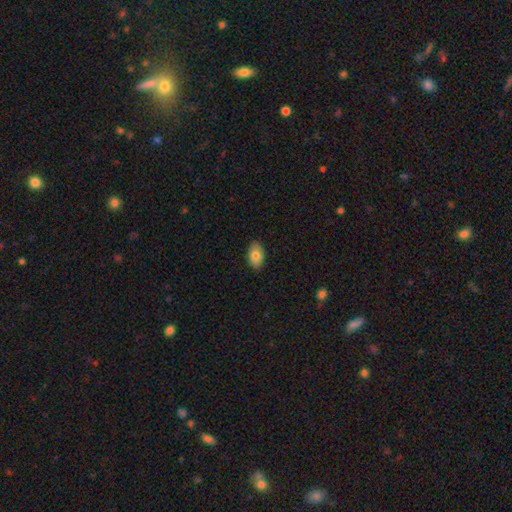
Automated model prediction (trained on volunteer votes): Q: Smooth or featured?
A: smooth (79%); runner-up: featured or disk (14%)
Q: How rounded?
A: in between (91%); runner-up: round (7%)
Q: Merging?
A: none (88%); runner-up: minor disturbance (10%)